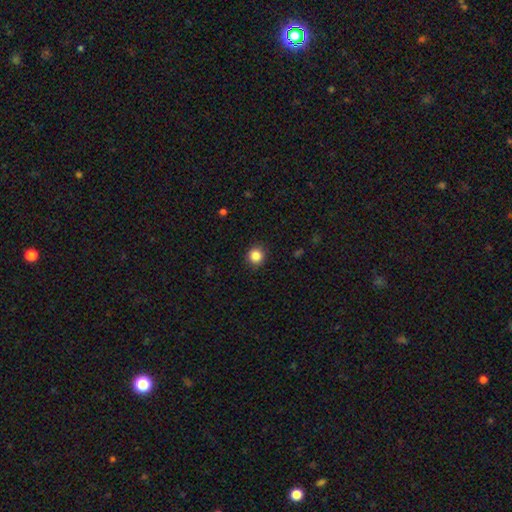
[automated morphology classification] Smooth or featured? smooth (86%)
How rounded? round (93%)
Merging? none (92%)